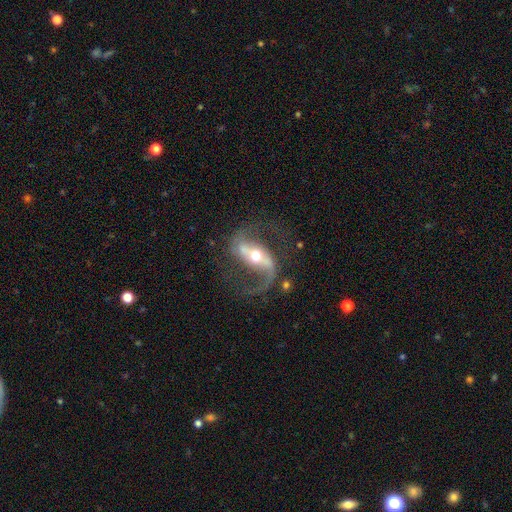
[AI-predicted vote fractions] Morphology: type=featured or disk (90%); edge-on=no (95%); bar=strong (57%); spiral arms=yes (96%); winding=loose (58%); arm count=2 (89%); bulge=moderate (68%); merging=none (70%).